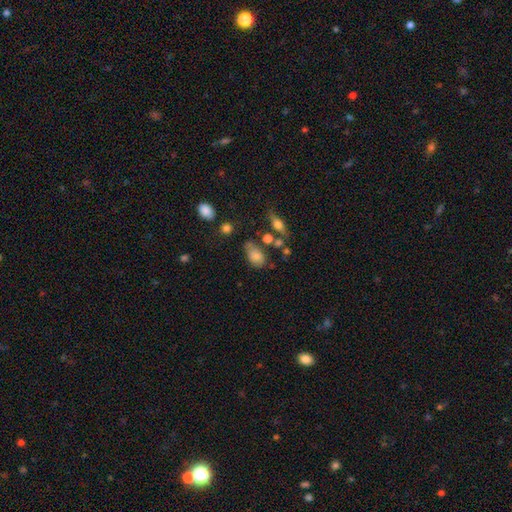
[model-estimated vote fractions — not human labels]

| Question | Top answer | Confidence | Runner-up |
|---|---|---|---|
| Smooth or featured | smooth | 78% | featured or disk (13%) |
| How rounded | in between | 87% | round (10%) |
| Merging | none | 45% | minor disturbance (30%) |